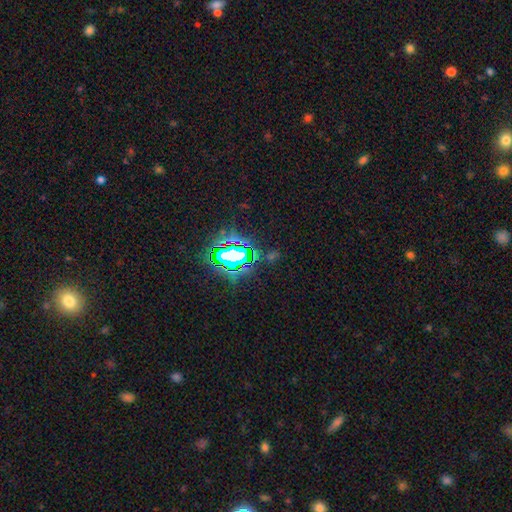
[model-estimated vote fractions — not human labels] Smooth or featured: star or artifact — 76% (smooth — 15%)